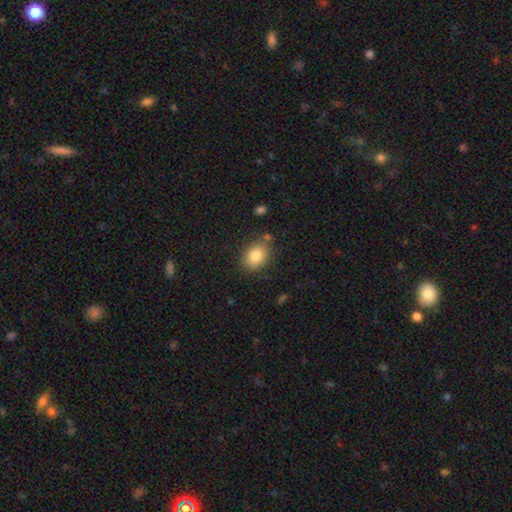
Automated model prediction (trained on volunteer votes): Smooth or featured: smooth — 84% (featured or disk — 8%)
How rounded: in between — 75% (round — 24%)
Merging: none — 79% (minor disturbance — 13%)